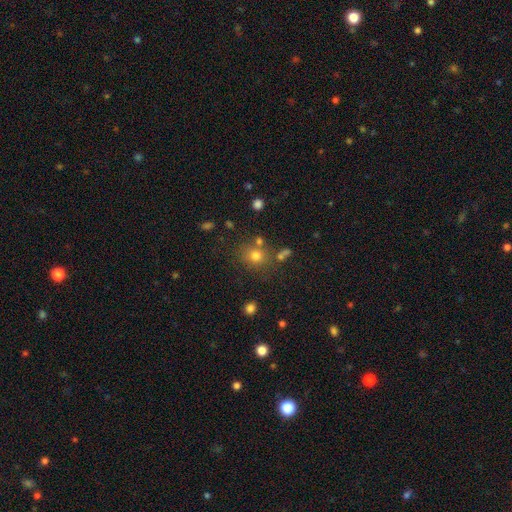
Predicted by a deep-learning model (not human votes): Smooth or featured? smooth (74%)
How rounded? round (73%)
Merging? none (71%)